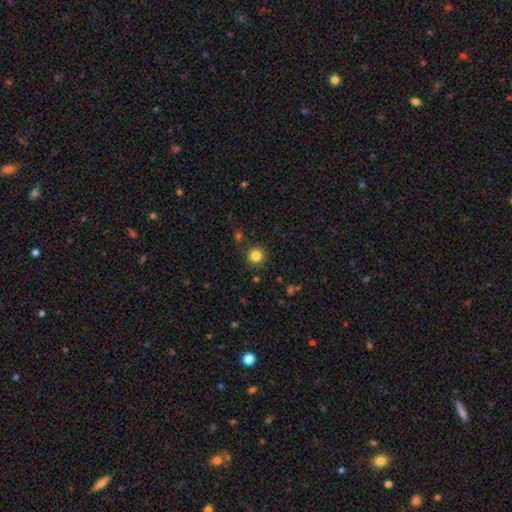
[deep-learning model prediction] Q: Smooth or featured?
A: smooth (83%); runner-up: star or artifact (12%)
Q: How rounded?
A: round (94%); runner-up: in between (5%)
Q: Merging?
A: none (88%); runner-up: minor disturbance (7%)